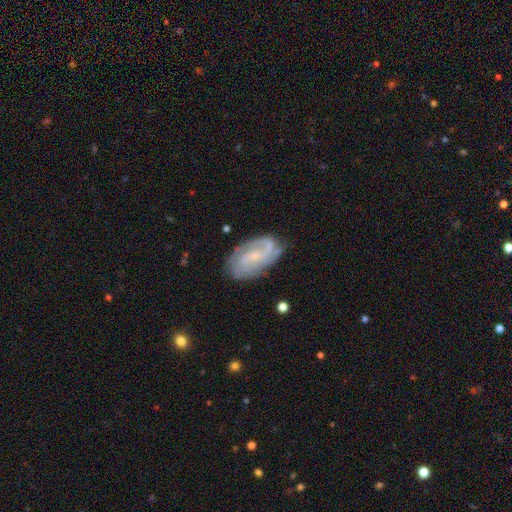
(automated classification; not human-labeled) Smooth or featured? Predicted: featured or disk (p=0.80). Edge-on disk? Predicted: no (p=0.96). Bar? Predicted: no (p=0.50). Spiral arms? Predicted: yes (p=0.94). Spiral winding? Predicted: medium (p=0.43). Spiral arm count? Predicted: 2 (p=0.49). Bulge size? Predicted: small (p=0.72). Merging? Predicted: none (p=0.74).